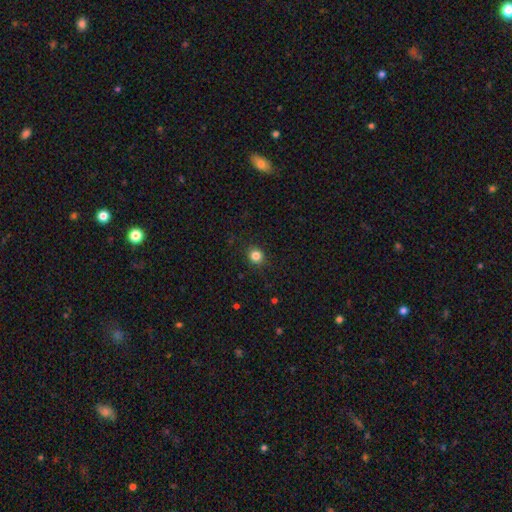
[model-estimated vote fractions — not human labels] Smooth or featured? Predicted: smooth (p=0.83). How rounded? Predicted: round (p=0.85). Merging? Predicted: none (p=0.89).